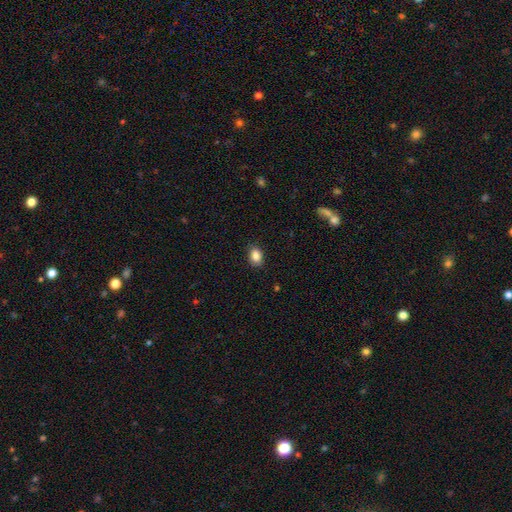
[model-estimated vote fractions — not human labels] smooth-or-featured: smooth: 87% | star or artifact: 8% | featured or disk: 4%
  how-rounded: in between: 78% | round: 21% | cigar-shaped: 1%
  merging: none: 84% | minor disturbance: 12% | major disturbance: 3% | merger: 1%